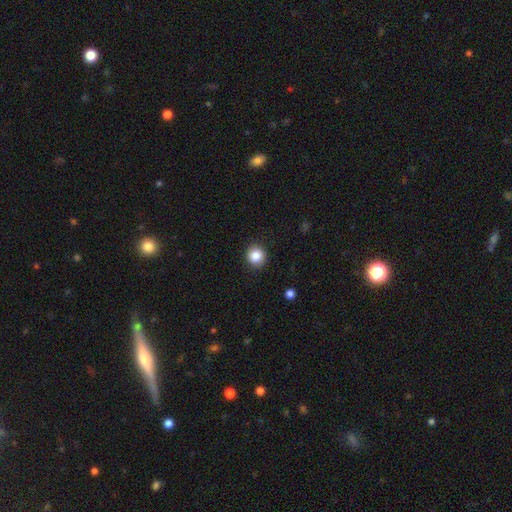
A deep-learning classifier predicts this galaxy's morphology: smooth 85%, star or artifact 10%, featured or disk 5%. Down the decision tree: how rounded — round (88%); merging — none (90%).